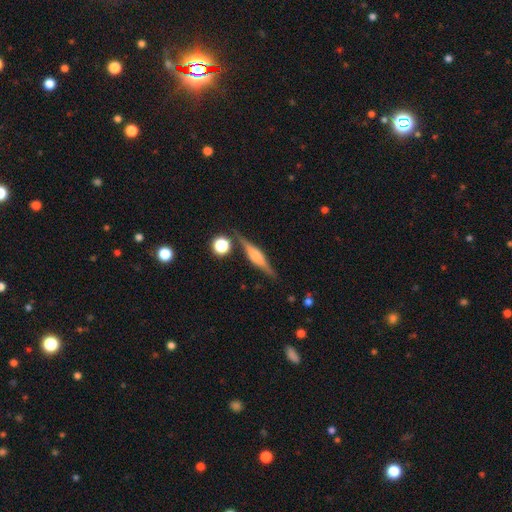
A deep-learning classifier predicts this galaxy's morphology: featured or disk 74%, smooth 19%, star or artifact 7%. Down the decision tree: edge-on disk — yes (97%); edge-on bulge — rounded (73%); merging — none (83%).